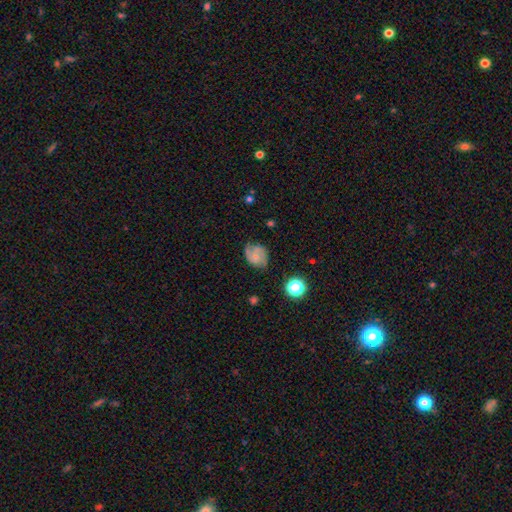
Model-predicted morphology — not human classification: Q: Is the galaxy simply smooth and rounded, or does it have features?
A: featured or disk — 54%.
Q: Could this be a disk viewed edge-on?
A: no — 97%.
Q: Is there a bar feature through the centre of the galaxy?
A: no — 75%.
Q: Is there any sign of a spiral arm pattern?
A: yes — 84%.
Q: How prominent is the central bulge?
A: small — 64%.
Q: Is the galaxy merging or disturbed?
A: none — 62%.